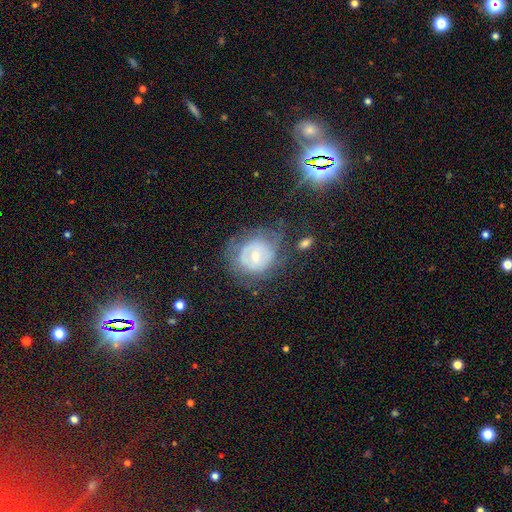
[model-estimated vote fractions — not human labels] Smooth or featured: featured or disk — 59% (smooth — 32%)
Edge-on disk: no — 96% (yes — 4%)
Bar: no — 59% (weak — 33%)
Spiral arms: yes — 55% (no — 45%)
Bulge size: small — 50% (moderate — 43%)
Merging: none — 56% (minor disturbance — 23%)